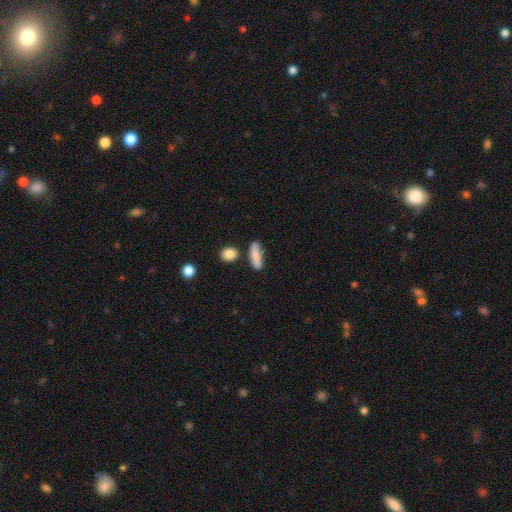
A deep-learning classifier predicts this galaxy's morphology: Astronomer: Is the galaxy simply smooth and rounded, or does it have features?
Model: smooth — 84%.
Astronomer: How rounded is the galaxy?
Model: cigar-shaped — 58% (runner-up: in between, 38%).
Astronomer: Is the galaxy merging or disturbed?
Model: none — 76%.